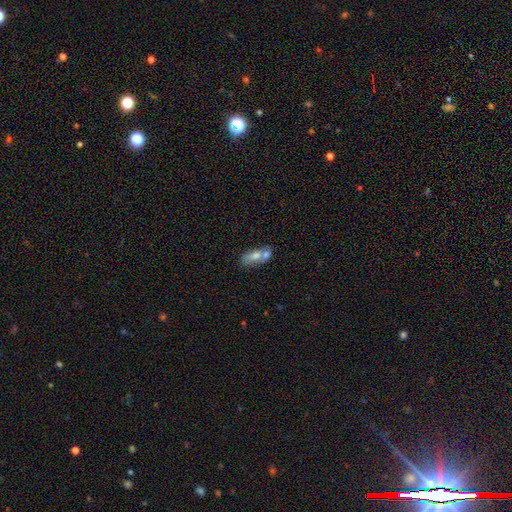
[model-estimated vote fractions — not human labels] Smooth or featured? smooth (59%)
How rounded? in between (78%)
Merging? merger (45%)